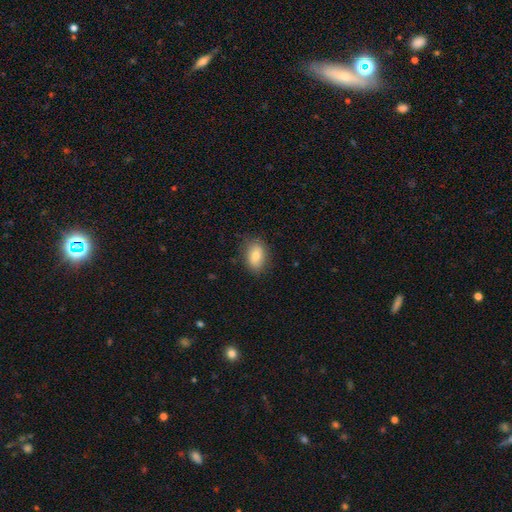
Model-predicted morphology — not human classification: The model was most divided on "how rounded": in between: 82%, round: 17%, cigar-shaped: 1%. More confident: merging — none (82%); smooth or featured — smooth (79%).